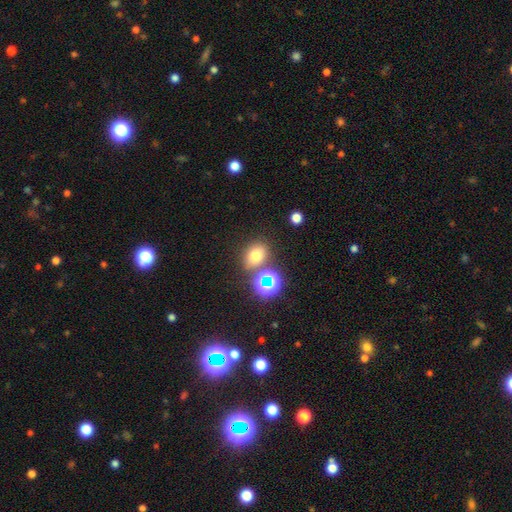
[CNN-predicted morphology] Smooth or featured?
  - smooth: 68% *
  - star or artifact: 23%
  - featured or disk: 9%
How rounded?
  - in between: 50% *
  - round: 48%
  - cigar-shaped: 1%
Merging?
  - none: 71% *
  - merger: 14%
  - minor disturbance: 11%
  - major disturbance: 4%